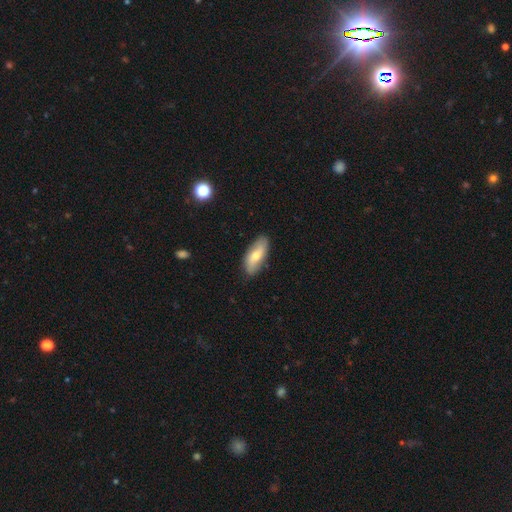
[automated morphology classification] The model was most divided on "smooth or featured": smooth: 63%, featured or disk: 31%, star or artifact: 6%. More confident: merging — none (82%); how rounded — in between (80%).